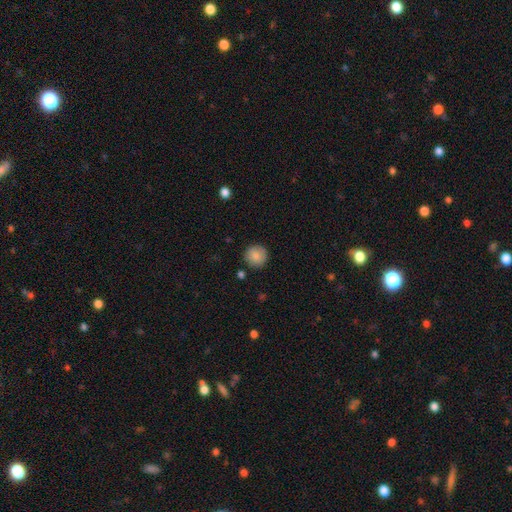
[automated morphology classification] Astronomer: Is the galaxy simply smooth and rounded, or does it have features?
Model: smooth — 84%.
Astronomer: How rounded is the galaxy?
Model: round — 94%.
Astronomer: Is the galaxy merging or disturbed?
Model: none — 87%.